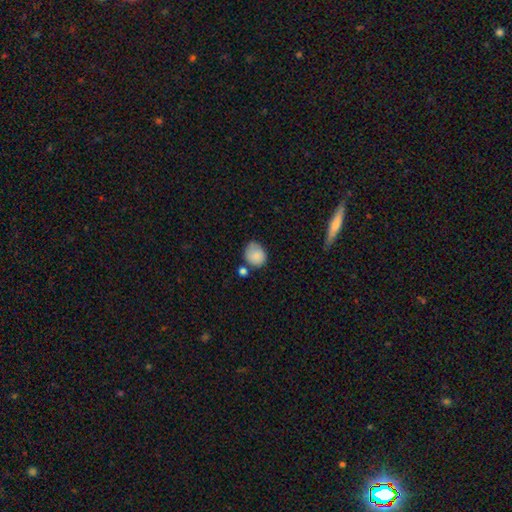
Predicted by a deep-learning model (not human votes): Smooth or featured? smooth (84%)
How rounded? round (63%)
Merging? none (55%)